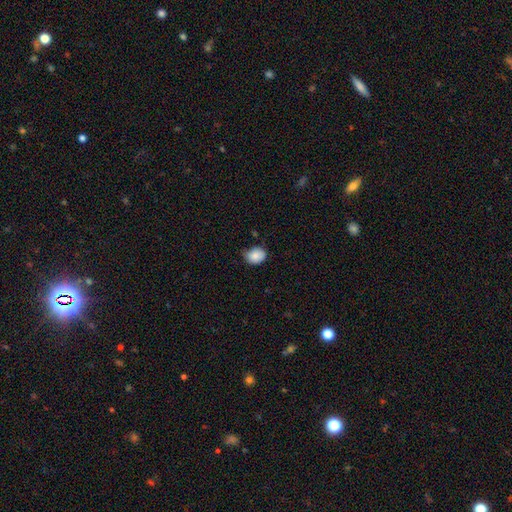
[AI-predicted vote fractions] A smooth galaxy with no disk features (85%) that is round (50%).

Vote fractions:
- Smooth or featured? smooth: 85% / star or artifact: 8% / featured or disk: 7%
- How rounded? round: 50% / in between: 49% / cigar-shaped: 1%
- Merging? none: 54% / minor disturbance: 38% / major disturbance: 6% / merger: 2%